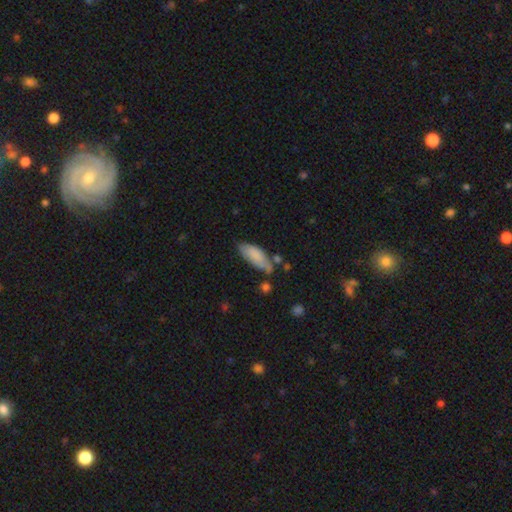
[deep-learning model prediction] smooth 82%, featured or disk 12%, star or artifact 6%. Down the decision tree: how rounded — in between (74%); merging — none (54%).